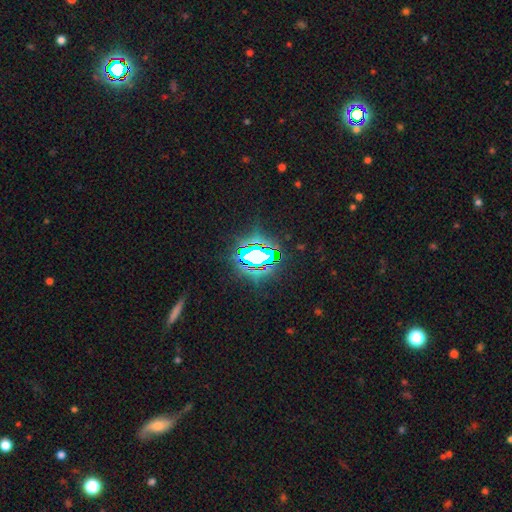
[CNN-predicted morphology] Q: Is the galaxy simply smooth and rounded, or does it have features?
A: star or artifact — 71%.